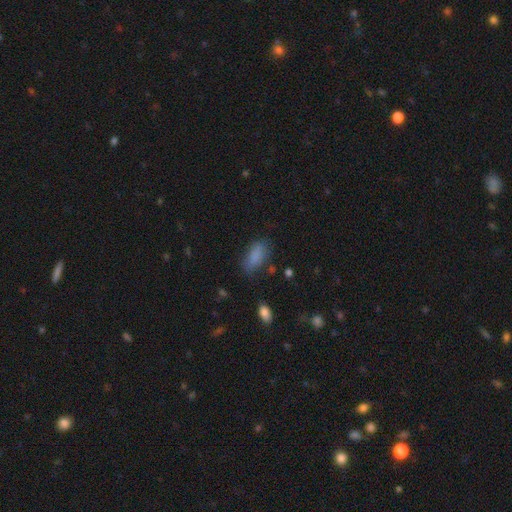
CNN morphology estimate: Smooth or featured?
  - smooth: 85% *
  - star or artifact: 9%
  - featured or disk: 6%
How rounded?
  - in between: 85% *
  - cigar-shaped: 12%
  - round: 3%
Merging?
  - none: 71% *
  - minor disturbance: 21%
  - major disturbance: 7%
  - merger: 2%